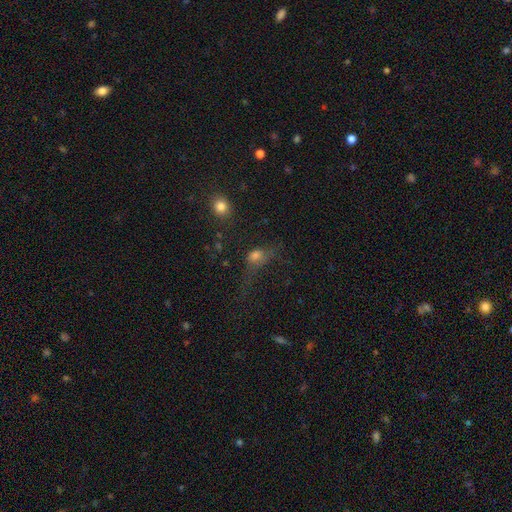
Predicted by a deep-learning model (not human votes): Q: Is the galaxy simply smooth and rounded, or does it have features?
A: smooth — 61%.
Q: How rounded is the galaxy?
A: in between — 60%.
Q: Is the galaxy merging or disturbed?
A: major disturbance — 45%.